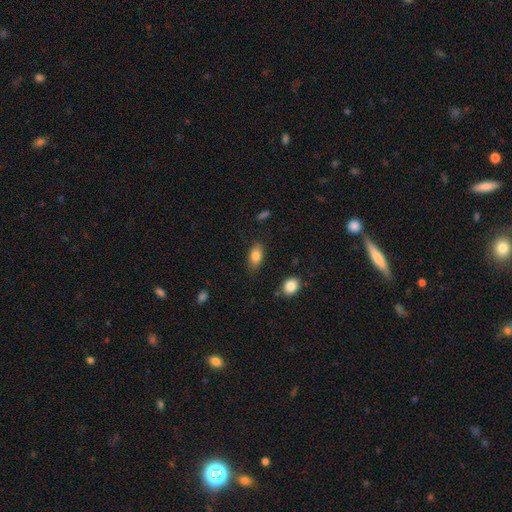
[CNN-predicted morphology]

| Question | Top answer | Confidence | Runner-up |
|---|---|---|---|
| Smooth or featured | smooth | 83% | featured or disk (9%) |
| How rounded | in between | 88% | cigar-shaped (6%) |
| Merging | none | 81% | minor disturbance (14%) |